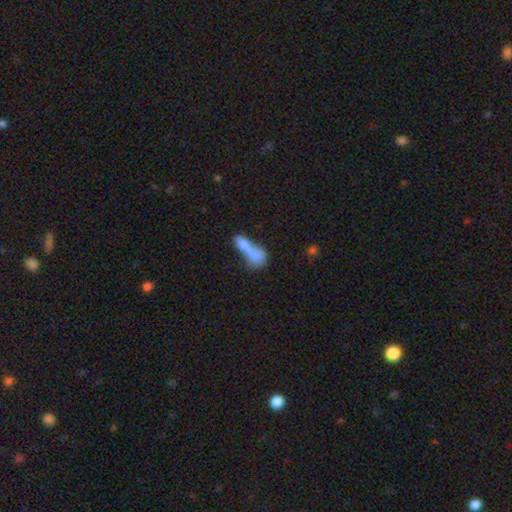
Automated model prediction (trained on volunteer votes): A smooth galaxy with no disk features (73%) that is in between round and cigar-shaped (51%).

Vote fractions:
- Smooth or featured? smooth: 73% / featured or disk: 18% / star or artifact: 9%
- How rounded? in between: 51% / cigar-shaped: 30% / round: 19%
- Merging? merger: 66% / none: 17% / major disturbance: 9% / minor disturbance: 8%